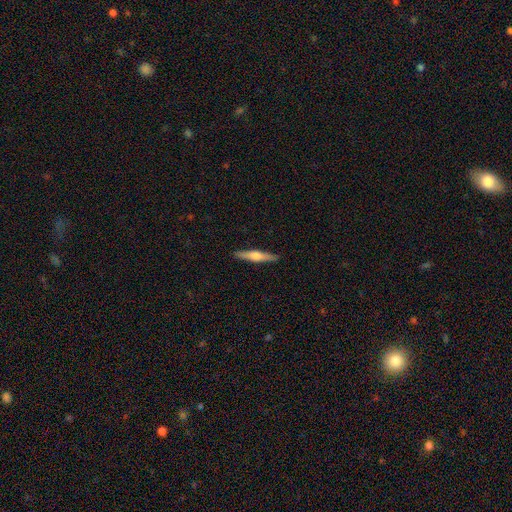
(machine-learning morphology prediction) This appears to be a featured or disk galaxy (51%) viewed edge-on (96%). Merging: none (90%).